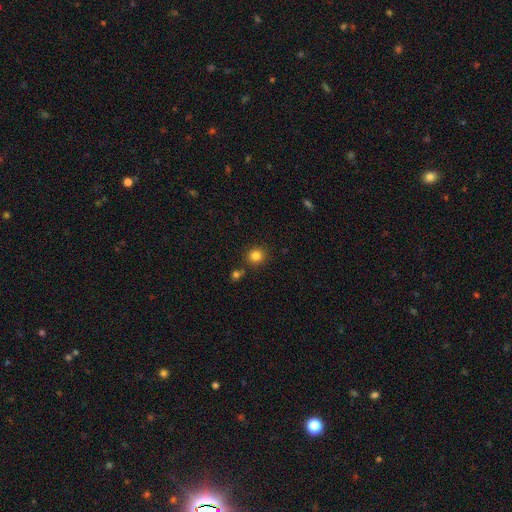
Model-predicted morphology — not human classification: smooth_or_featured: smooth (p=0.83) [alt: star or artifact p=0.12]
how_rounded: round (p=0.90) [alt: in between p=0.09]
merging: none (p=0.84) [alt: minor disturbance p=0.07]